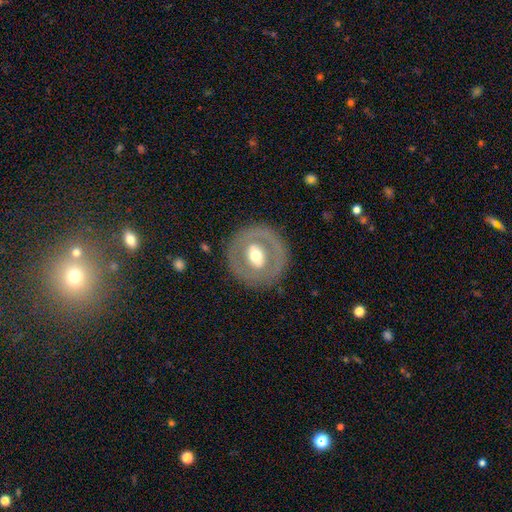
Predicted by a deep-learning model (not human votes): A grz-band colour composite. It shows a featured or disk galaxy (58%) with no bar (41%), no spiral arms (86%) and a moderate central bulge (67%). Merging: none (83%).